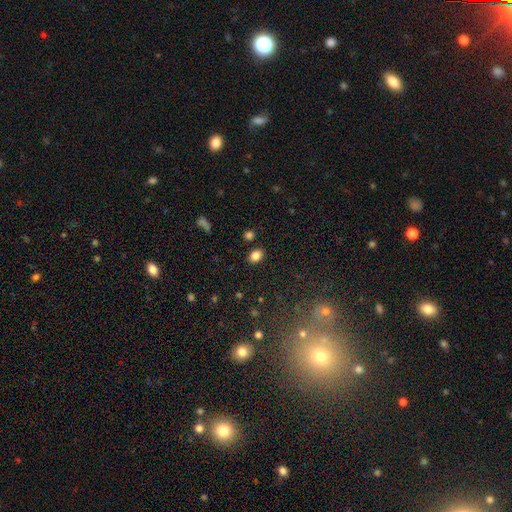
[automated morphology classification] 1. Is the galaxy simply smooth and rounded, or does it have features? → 83% smooth, 11% star or artifact, 6% featured or disk.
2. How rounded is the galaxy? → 71% in between, 28% round, 1% cigar-shaped.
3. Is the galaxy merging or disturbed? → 86% none, 9% minor disturbance, 3% merger, 3% major disturbance.